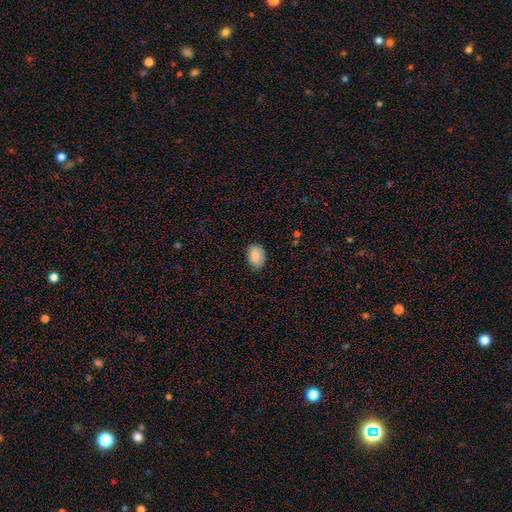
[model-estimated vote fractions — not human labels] smooth_or_featured: smooth (p=0.87) [alt: star or artifact p=0.07]
how_rounded: in between (p=0.79) [alt: round p=0.20]
merging: none (p=0.82) [alt: minor disturbance p=0.15]